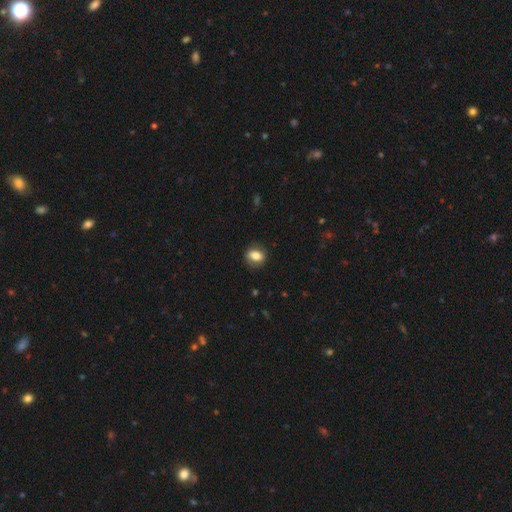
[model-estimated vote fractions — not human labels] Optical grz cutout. It shows a smooth galaxy with no disk features (72%) that is in between round and cigar-shaped (60%). Merging: none (80%).